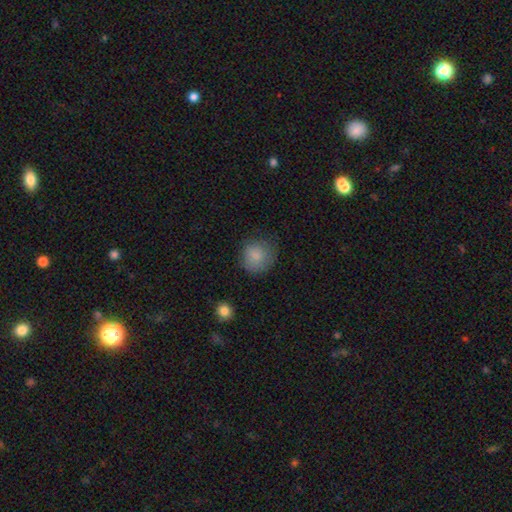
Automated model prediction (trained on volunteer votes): Smooth or featured? Predicted: smooth (p=0.84). How rounded? Predicted: round (p=0.88). Merging? Predicted: none (p=0.71).